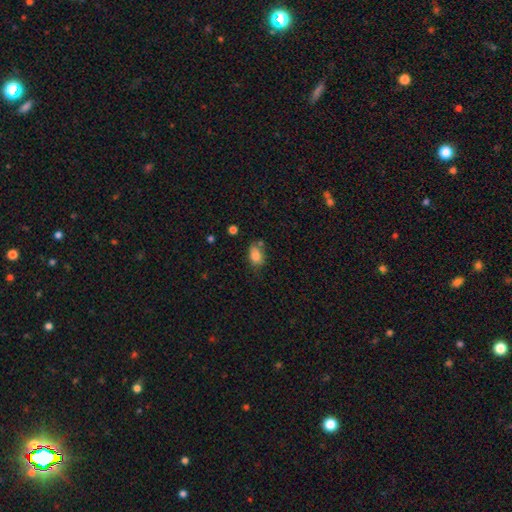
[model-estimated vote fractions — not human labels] smooth 82%, star or artifact 9%, featured or disk 9%. Down the decision tree: how rounded — in between (79%); merging — none (59%).